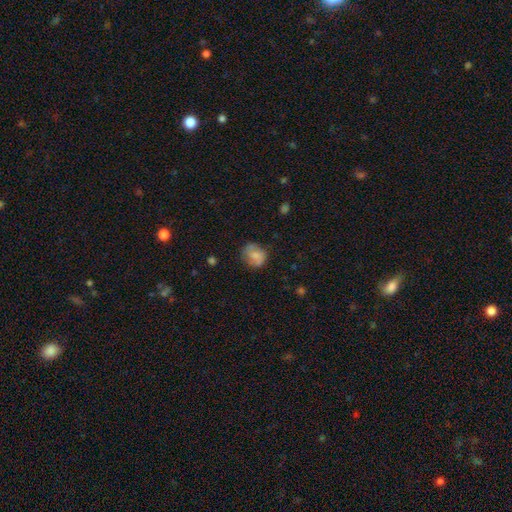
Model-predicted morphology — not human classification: Smooth or featured?
  - smooth: 64% *
  - featured or disk: 28%
  - star or artifact: 9%
How rounded?
  - round: 66% *
  - in between: 32%
  - cigar-shaped: 1%
Merging?
  - none: 68% *
  - minor disturbance: 22%
  - major disturbance: 8%
  - merger: 2%